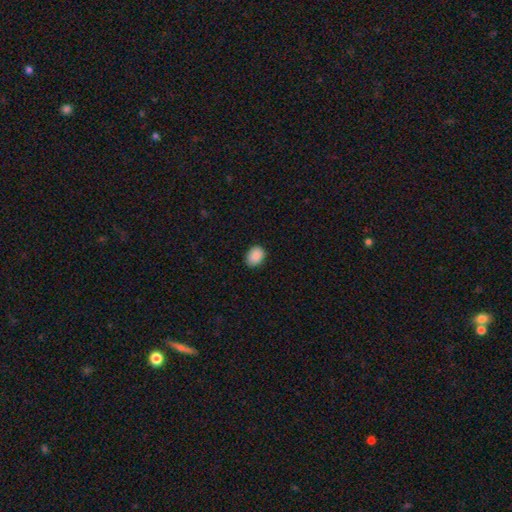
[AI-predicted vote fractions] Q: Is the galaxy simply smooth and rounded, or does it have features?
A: smooth — 89%.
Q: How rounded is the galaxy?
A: in between — 64%.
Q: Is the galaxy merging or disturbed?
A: none — 85%.